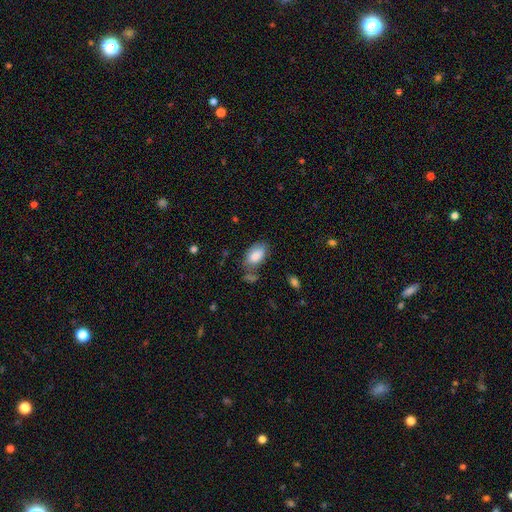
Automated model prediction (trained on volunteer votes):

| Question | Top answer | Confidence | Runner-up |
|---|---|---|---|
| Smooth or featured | smooth | 84% | featured or disk (9%) |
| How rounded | in between | 94% | round (4%) |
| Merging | none | 65% | minor disturbance (21%) |